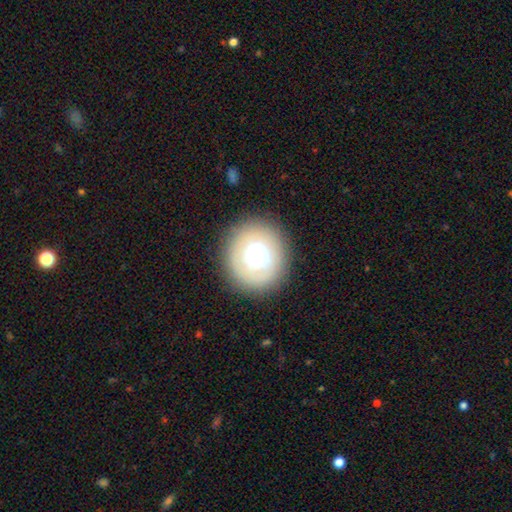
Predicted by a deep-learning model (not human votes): Smooth or featured?
  - smooth: 55% *
  - featured or disk: 37%
  - star or artifact: 8%
How rounded?
  - round: 83% *
  - in between: 16%
  - cigar-shaped: 1%
Merging?
  - none: 85% *
  - minor disturbance: 10%
  - major disturbance: 4%
  - merger: 1%